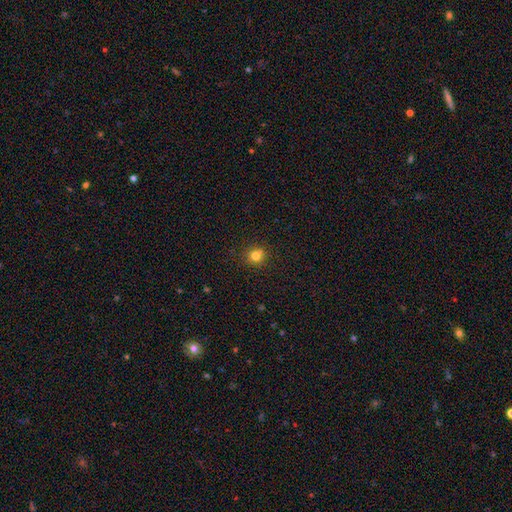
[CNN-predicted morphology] smooth_or_featured: smooth (p=0.79) [alt: star or artifact p=0.14]
how_rounded: round (p=0.88) [alt: in between p=0.11]
merging: none (p=0.79) [alt: minor disturbance p=0.10]